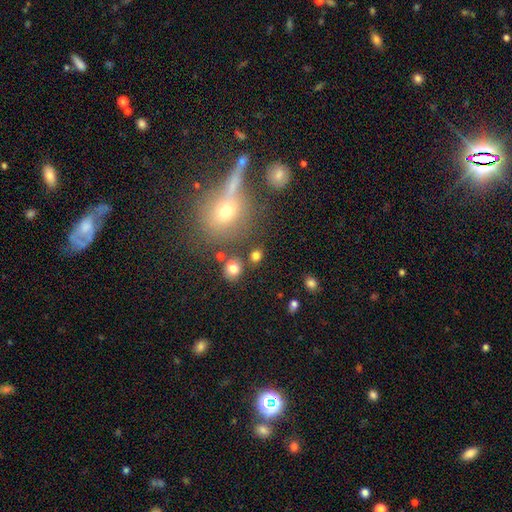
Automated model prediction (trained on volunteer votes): Smooth or featured? smooth (76%)
How rounded? round (60%)
Merging? none (72%)